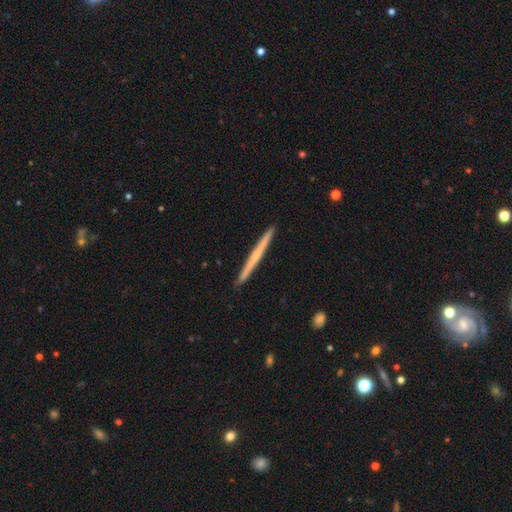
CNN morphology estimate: The model was most divided on "edge-on bulge": none: 59%, rounded: 36%, boxy: 5%. More confident: edge-on disk — yes (98%); merging — none (93%); smooth or featured — featured or disk (59%).